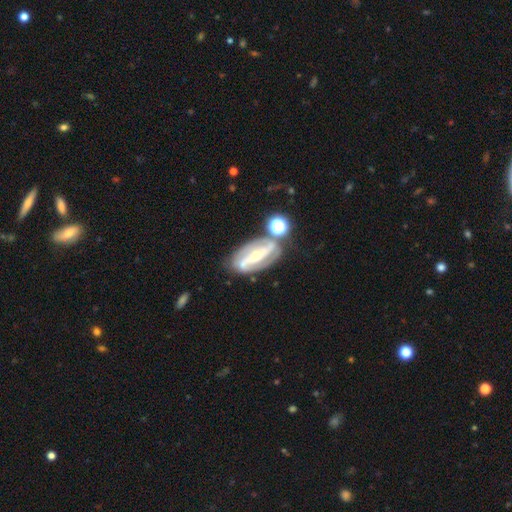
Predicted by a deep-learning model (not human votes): Smooth or featured? Predicted: featured or disk (p=0.84). Edge-on disk? Predicted: no (p=0.91). Bar? Predicted: strong (p=0.65). Spiral arms? Predicted: yes (p=0.89). Spiral winding? Predicted: medium (p=0.41). Spiral arm count? Predicted: 2 (p=0.84). Bulge size? Predicted: small (p=0.55). Merging? Predicted: none (p=0.69).